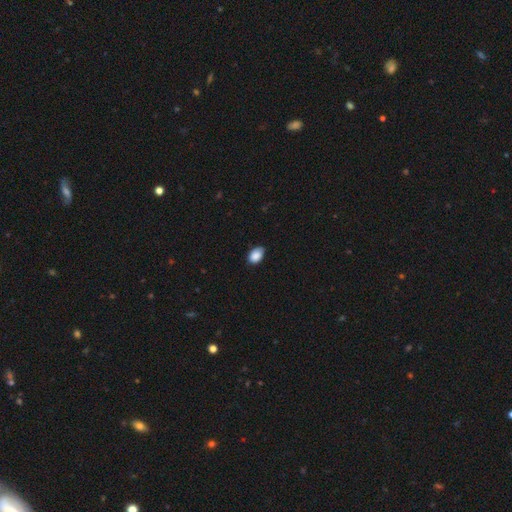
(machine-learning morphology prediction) A smooth galaxy with no disk features (88%) that is in between round and cigar-shaped (87%).

Vote fractions:
- Smooth or featured? smooth: 88% / star or artifact: 8% / featured or disk: 4%
- How rounded? in between: 87% / round: 12% / cigar-shaped: 1%
- Merging? none: 77% / minor disturbance: 20% / major disturbance: 2% / merger: 1%